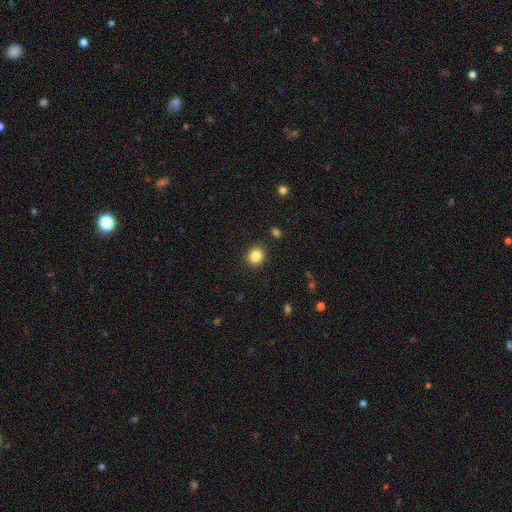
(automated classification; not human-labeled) A smooth galaxy with no disk features (86%) that is round (74%).

Vote fractions:
- Smooth or featured? smooth: 86% / star or artifact: 10% / featured or disk: 4%
- How rounded? round: 74% / in between: 25% / cigar-shaped: 1%
- Merging? none: 90% / minor disturbance: 7% / major disturbance: 2% / merger: 1%